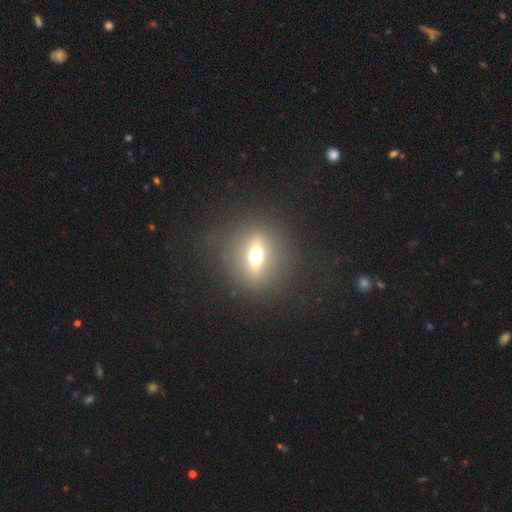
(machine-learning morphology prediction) smooth 44%, featured or disk 36%, star or artifact 19%. Down the decision tree: merging — none (84%).